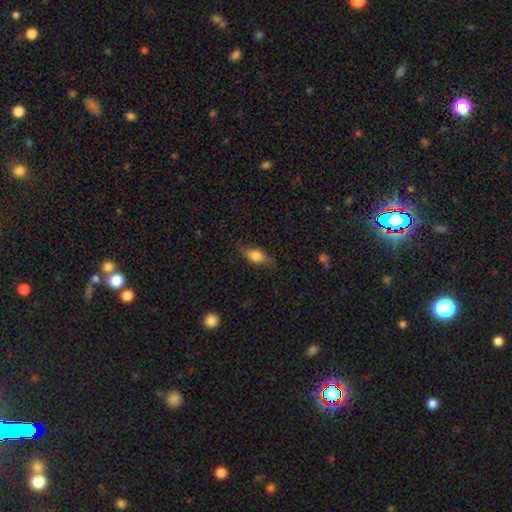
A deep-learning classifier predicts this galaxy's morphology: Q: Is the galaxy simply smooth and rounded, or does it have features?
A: smooth — 68%.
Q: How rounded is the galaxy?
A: in between — 72%.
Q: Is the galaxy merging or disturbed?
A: none — 77%.